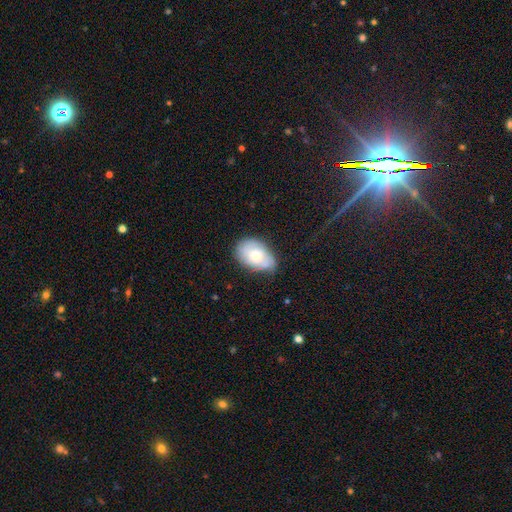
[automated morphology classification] A smooth galaxy with no disk features (58%) that is in between round and cigar-shaped (87%). Merging: none (61%).